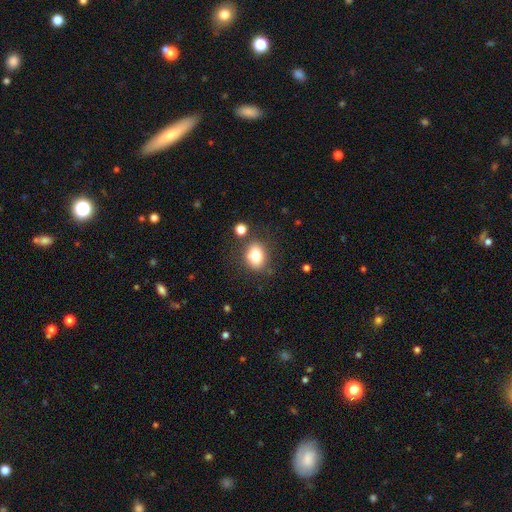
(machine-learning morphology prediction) Smooth or featured?
  - smooth: 79% *
  - featured or disk: 11%
  - star or artifact: 10%
How rounded?
  - in between: 56% *
  - round: 43%
  - cigar-shaped: 1%
Merging?
  - none: 76% *
  - minor disturbance: 13%
  - merger: 7%
  - major disturbance: 4%